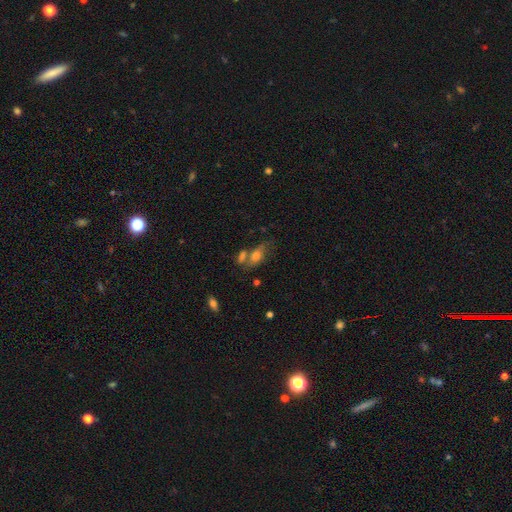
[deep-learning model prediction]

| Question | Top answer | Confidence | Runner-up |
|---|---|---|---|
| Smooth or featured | smooth | 50% | featured or disk (34%) |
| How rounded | in between | 73% | cigar-shaped (13%) |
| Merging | none | 39% | merger (31%) |